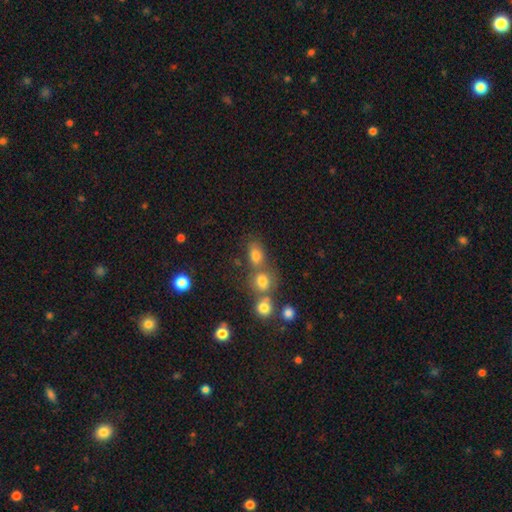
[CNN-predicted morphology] Overall: smooth (76%). How rounded: in between (64%; round 34%). Merging: none (48%; merger 34%).